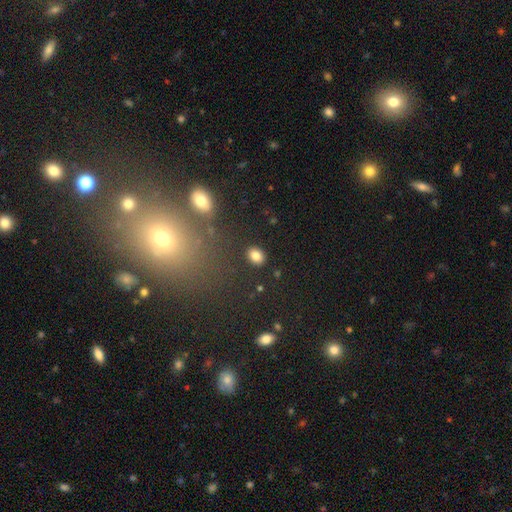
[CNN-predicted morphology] Overall: smooth (83%). How rounded: in between (58%; round 41%). Merging: none (88%).